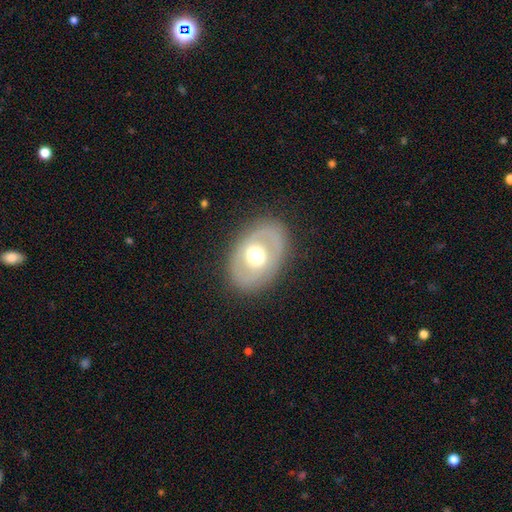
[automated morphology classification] Smooth or featured?
  - featured or disk: 52% *
  - smooth: 41%
  - star or artifact: 7%
Edge-on disk?
  - no: 91% *
  - yes: 9%
Merging?
  - none: 81% *
  - minor disturbance: 12%
  - major disturbance: 6%
  - merger: 1%